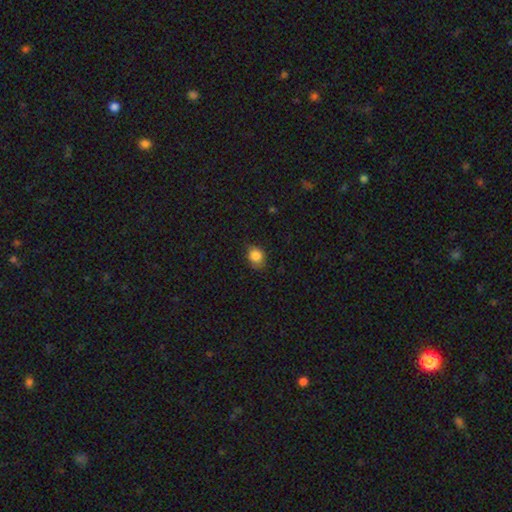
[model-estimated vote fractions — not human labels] The model was most divided on "how rounded": round: 53%, in between: 45%, cigar-shaped: 1%. More confident: smooth or featured — smooth (85%); merging — none (74%).